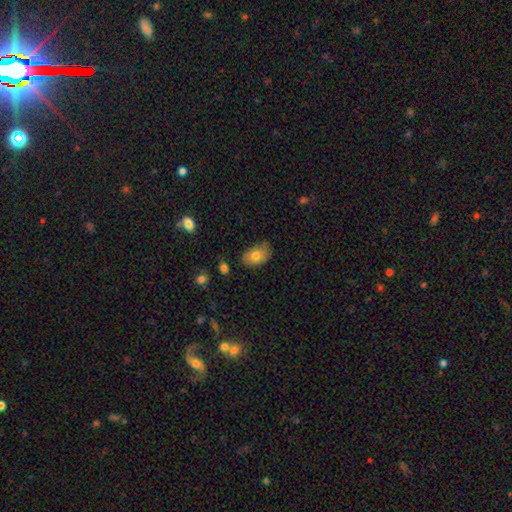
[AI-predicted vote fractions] Q: Smooth or featured?
A: smooth (76%); runner-up: featured or disk (17%)
Q: How rounded?
A: in between (88%); runner-up: round (10%)
Q: Merging?
A: none (75%); runner-up: minor disturbance (19%)